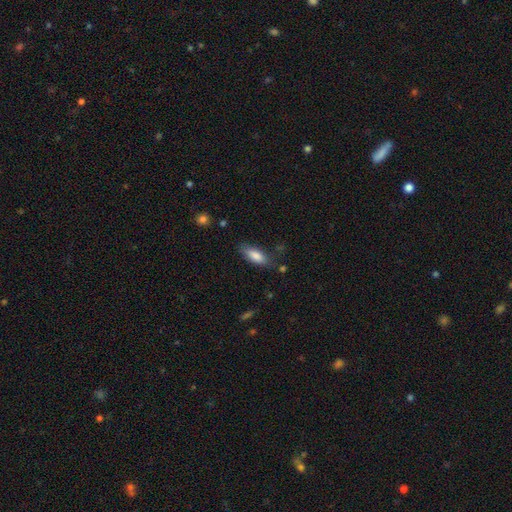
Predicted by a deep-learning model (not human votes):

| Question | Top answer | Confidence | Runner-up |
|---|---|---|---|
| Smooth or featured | smooth | 83% | featured or disk (10%) |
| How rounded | in between | 72% | cigar-shaped (26%) |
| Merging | none | 71% | minor disturbance (21%) |